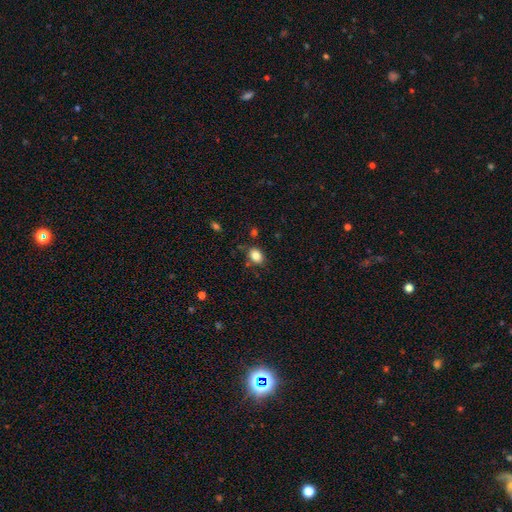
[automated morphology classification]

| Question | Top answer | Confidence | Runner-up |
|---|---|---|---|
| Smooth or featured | smooth | 83% | star or artifact (10%) |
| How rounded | in between | 72% | round (27%) |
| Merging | none | 74% | minor disturbance (17%) |